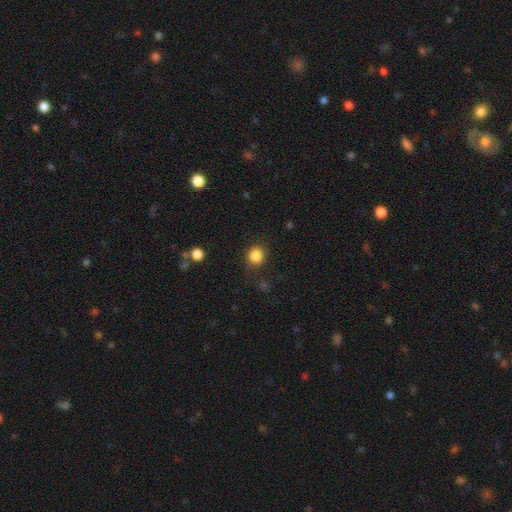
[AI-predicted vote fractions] Smooth or featured? smooth (85%)
How rounded? round (86%)
Merging? none (86%)